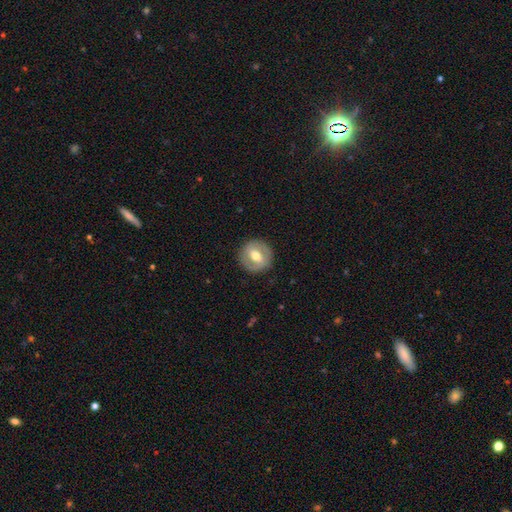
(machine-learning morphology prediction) smooth-or-featured: featured or disk: 51% | smooth: 43% | star or artifact: 6%
  disk-edge-on: no: 94% | yes: 6%
  merging: none: 88% | minor disturbance: 8% | major disturbance: 3% | merger: 1%